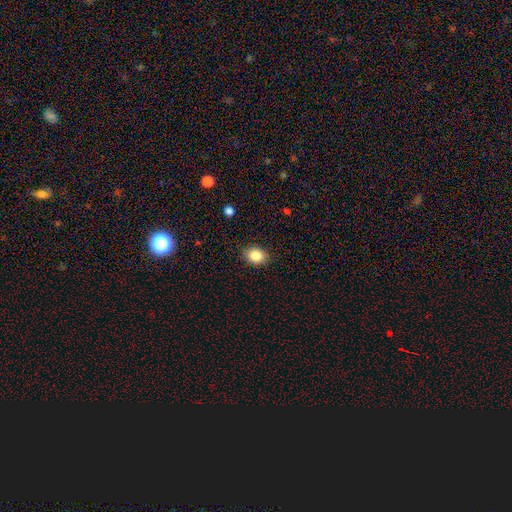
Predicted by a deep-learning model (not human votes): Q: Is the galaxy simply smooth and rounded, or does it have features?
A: smooth — 85%.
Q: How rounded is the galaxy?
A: in between — 55%.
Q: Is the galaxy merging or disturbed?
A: none — 87%.